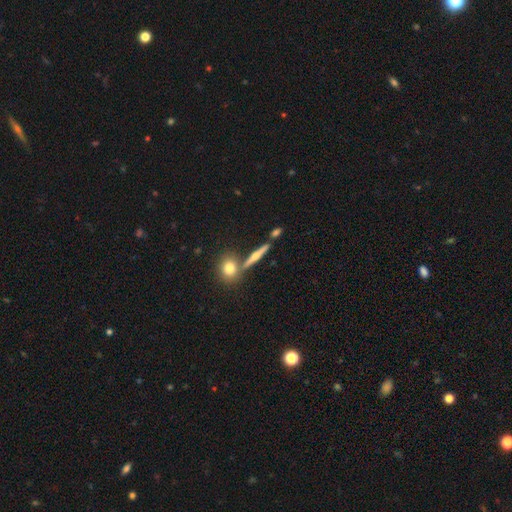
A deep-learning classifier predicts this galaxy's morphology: smooth_or_featured: featured or disk (p=0.62) [alt: smooth p=0.30]
disk_edge_on: yes (p=0.95) [alt: no p=0.05]
edge_on_bulge: rounded (p=0.90) [alt: none p=0.06]
merging: none (p=0.78) [alt: merger p=0.11]